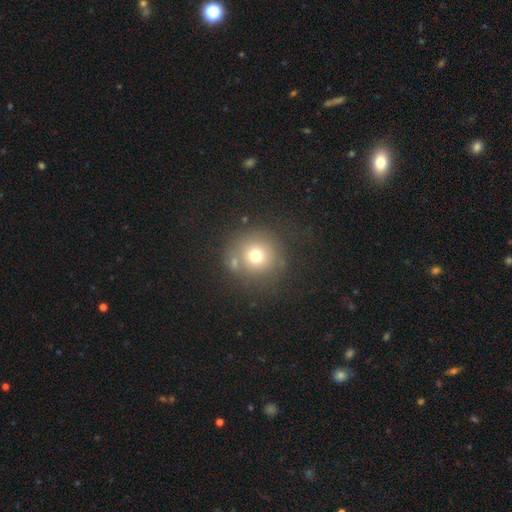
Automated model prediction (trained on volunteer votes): smooth 70%, star or artifact 16%, featured or disk 14%. Down the decision tree: how rounded — round (94%); merging — none (74%).